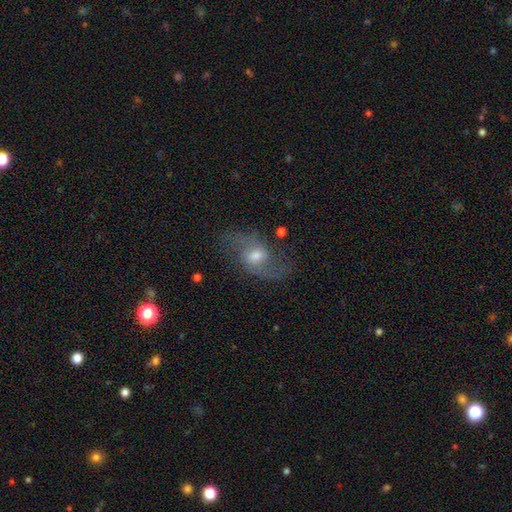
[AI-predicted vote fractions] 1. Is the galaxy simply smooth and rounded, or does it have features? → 78% featured or disk, 14% smooth, 8% star or artifact.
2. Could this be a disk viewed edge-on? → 96% no, 4% yes.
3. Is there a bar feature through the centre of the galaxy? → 49% weak, 39% no, 11% strong.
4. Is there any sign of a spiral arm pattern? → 92% yes, 8% no.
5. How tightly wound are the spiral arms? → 56% loose, 36% medium, 8% tight.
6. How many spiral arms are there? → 90% 2, 4% can't tell, 2% 1, 1% 3, 1% 4, 1% more than 4.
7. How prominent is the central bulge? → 60% moderate, 30% small, 7% large, 2% none, 1% dominant.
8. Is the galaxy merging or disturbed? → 72% none, 16% minor disturbance, 10% major disturbance, 2% merger.